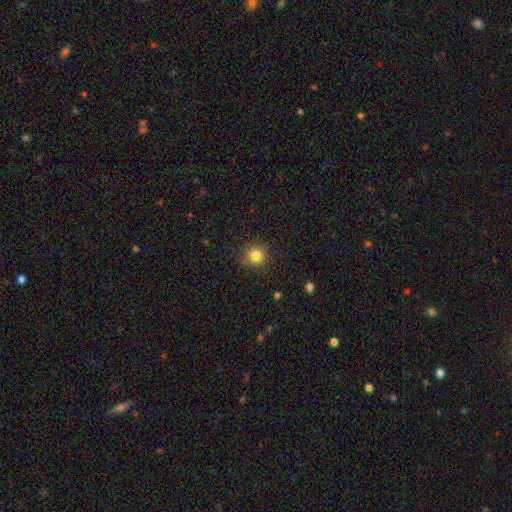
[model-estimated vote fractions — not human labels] The model was most divided on "smooth or featured": smooth: 81%, star or artifact: 13%, featured or disk: 6%. More confident: how rounded — round (92%); merging — none (83%).